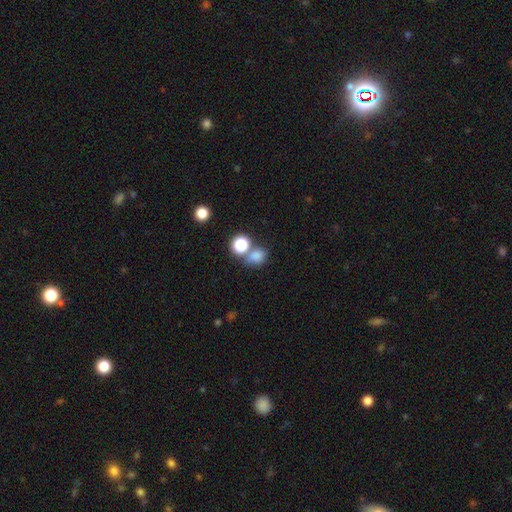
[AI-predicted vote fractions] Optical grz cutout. It shows a smooth galaxy with no disk features (76%) that is round (64%). Merging: none (53%).